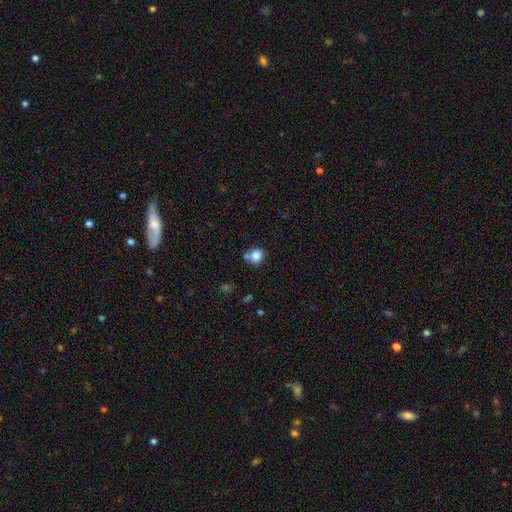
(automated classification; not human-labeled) Smooth or featured? smooth (82%)
How rounded? round (78%)
Merging? none (57%)